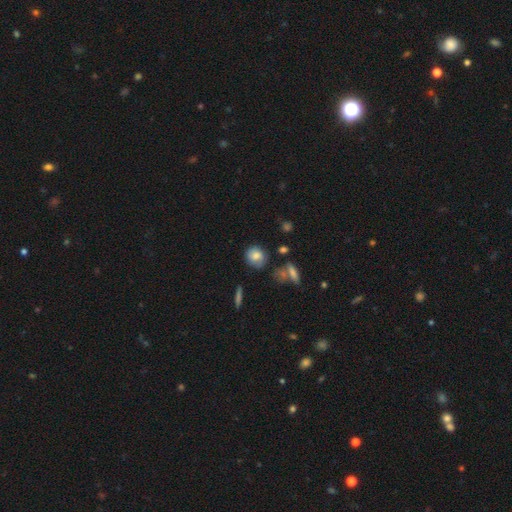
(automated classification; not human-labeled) smooth 78%, featured or disk 13%, star or artifact 9%. Down the decision tree: how rounded — round (69%); merging — none (69%).